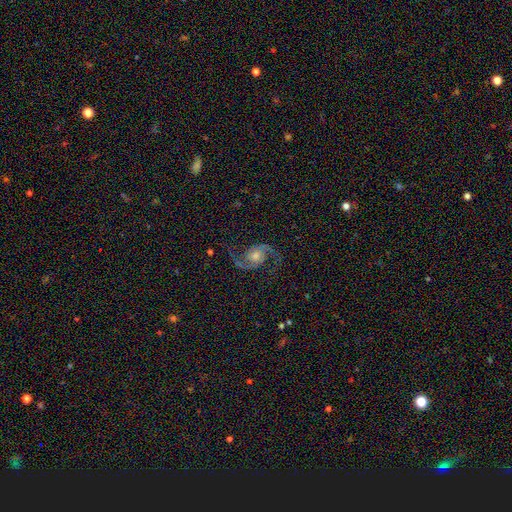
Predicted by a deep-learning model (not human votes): smooth_or_featured: featured or disk (p=0.92) [alt: star or artifact p=0.05]
disk_edge_on: no (p=0.98) [alt: yes p=0.02]
bar: no (p=0.71) [alt: weak p=0.23]
has_spiral_arms: yes (p=0.98) [alt: no p=0.02]
spiral_winding: medium (p=0.54) [alt: loose p=0.34]
spiral_arm_count: 2 (p=0.95) [alt: can't tell p=0.01]
bulge_size: moderate (p=0.60) [alt: small p=0.27]
merging: none (p=0.83) [alt: minor disturbance p=0.11]